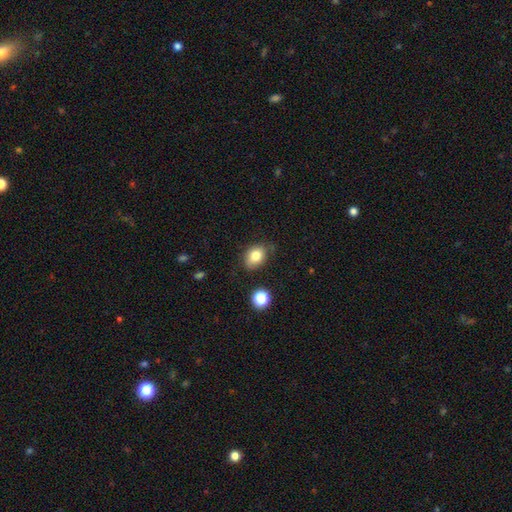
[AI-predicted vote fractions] Overall: smooth (82%). How rounded: in between (73%). Merging: none (72%).